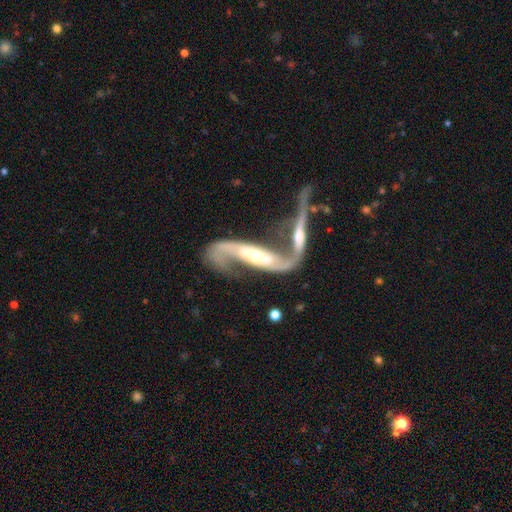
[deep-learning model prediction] Smooth or featured?
  - featured or disk: 85% *
  - smooth: 10%
  - star or artifact: 5%
Edge-on disk?
  - no: 81% *
  - yes: 19%
Bar?
  - no: 40% *
  - strong: 31%
  - weak: 29%
Spiral arms?
  - yes: 89% *
  - no: 11%
Spiral winding?
  - loose: 78% *
  - medium: 16%
  - tight: 6%
Spiral arm count?
  - 2: 87% *
  - can't tell: 5%
  - 1: 5%
  - 3: 1%
  - 4: 1%
  - more than 4: 1%
Bulge size?
  - moderate: 53% *
  - small: 36%
  - large: 6%
  - none: 3%
  - dominant: 2%
Merging?
  - merger: 66% *
  - none: 16%
  - major disturbance: 11%
  - minor disturbance: 7%